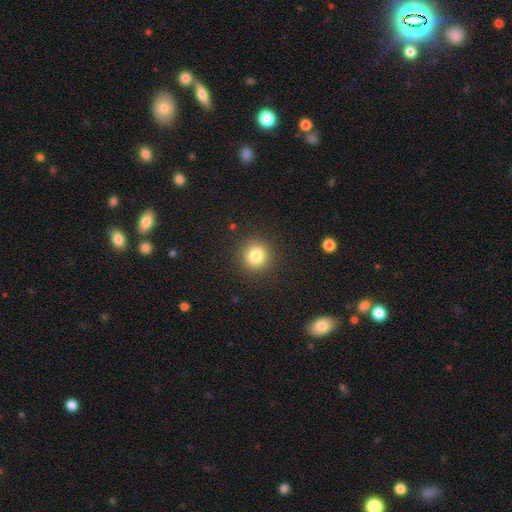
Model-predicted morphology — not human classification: This appears to be a smooth galaxy with no disk features (81%) that is round (93%). Merging: none (90%).